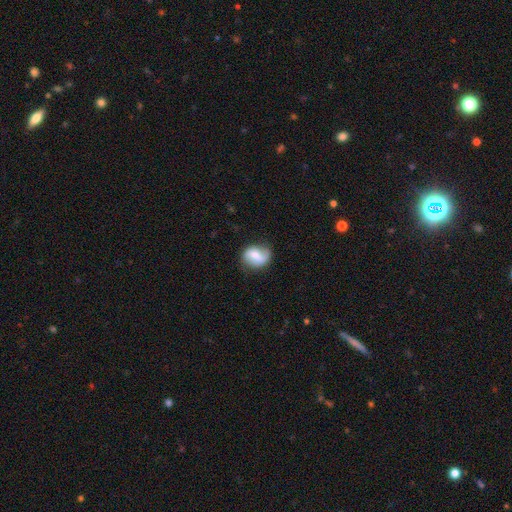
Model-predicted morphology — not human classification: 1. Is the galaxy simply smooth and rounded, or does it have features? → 52% smooth, 40% featured or disk, 8% star or artifact.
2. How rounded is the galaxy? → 53% round, 45% in between, 2% cigar-shaped.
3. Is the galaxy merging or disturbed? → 64% none, 25% minor disturbance, 9% major disturbance, 2% merger.